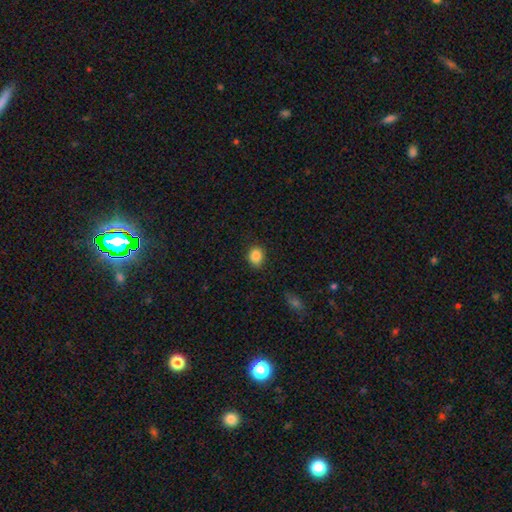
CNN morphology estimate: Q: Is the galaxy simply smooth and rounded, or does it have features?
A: smooth — 87%.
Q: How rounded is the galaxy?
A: round — 55%.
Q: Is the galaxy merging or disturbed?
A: none — 84%.